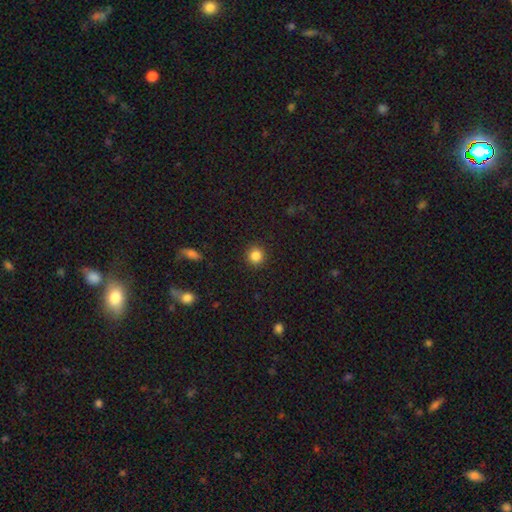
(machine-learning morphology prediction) smooth_or_featured: smooth (p=0.85) [alt: star or artifact p=0.11]
how_rounded: round (p=0.93) [alt: in between p=0.06]
merging: none (p=0.91) [alt: minor disturbance p=0.06]